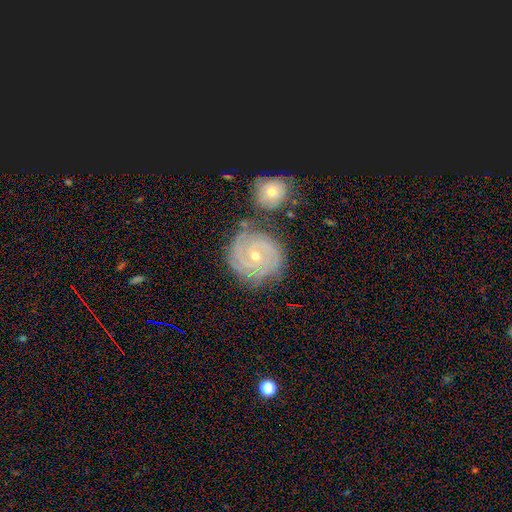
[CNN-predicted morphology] Smooth or featured? Predicted: featured or disk (p=0.85). Edge-on disk? Predicted: no (p=0.97). Bar? Predicted: no (p=0.67). Spiral arms? Predicted: yes (p=0.97). Spiral winding? Predicted: tight (p=0.82). Spiral arm count? Predicted: 3 (p=0.33). Bulge size? Predicted: small (p=0.57). Merging? Predicted: none (p=0.71).